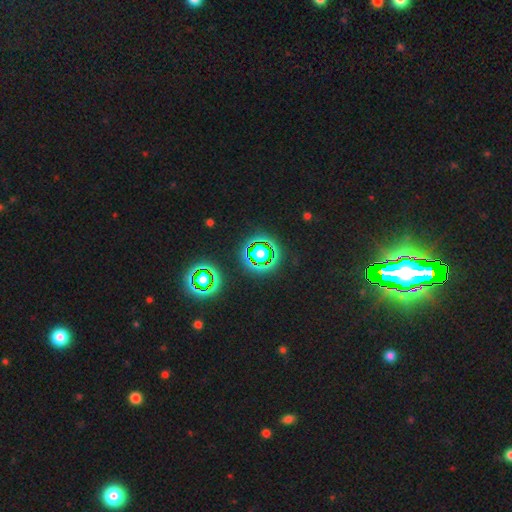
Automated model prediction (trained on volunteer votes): Overall: star or artifact (81%).